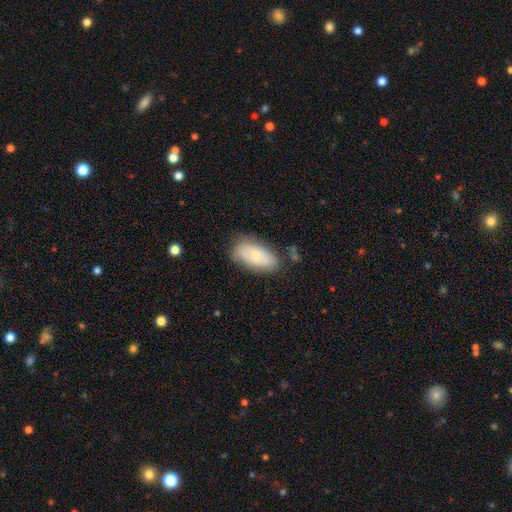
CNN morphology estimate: type=smooth (64%); roundness=in between (91%); merging=none (74%).